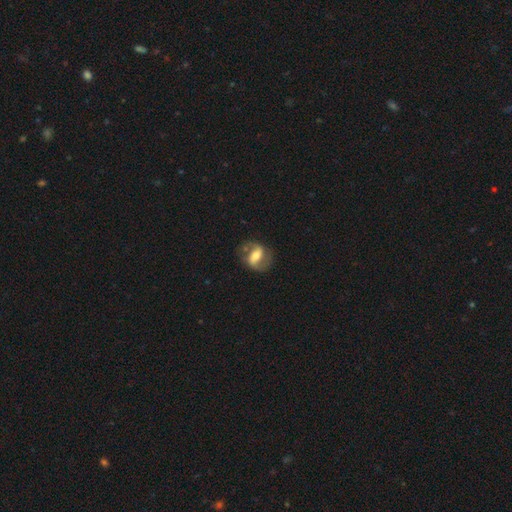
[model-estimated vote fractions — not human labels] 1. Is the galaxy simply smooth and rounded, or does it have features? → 71% featured or disk, 23% smooth, 6% star or artifact.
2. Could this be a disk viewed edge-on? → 96% no, 4% yes.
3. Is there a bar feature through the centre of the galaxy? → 45% strong, 36% weak, 19% no.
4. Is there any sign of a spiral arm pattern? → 86% yes, 14% no.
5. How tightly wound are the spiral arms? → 49% medium, 31% loose, 20% tight.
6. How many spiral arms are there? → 88% 2, 6% can't tell, 3% 1, 1% 3, 1% 4, 1% more than 4.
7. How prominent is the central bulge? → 57% moderate, 21% small, 17% large, 3% none, 2% dominant.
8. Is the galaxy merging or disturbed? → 73% none, 16% minor disturbance, 9% major disturbance, 2% merger.